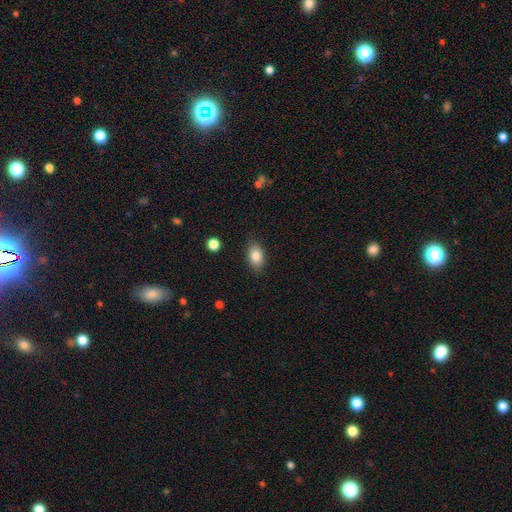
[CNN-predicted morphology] Smooth or featured? smooth (84%)
How rounded? in between (88%)
Merging? none (85%)